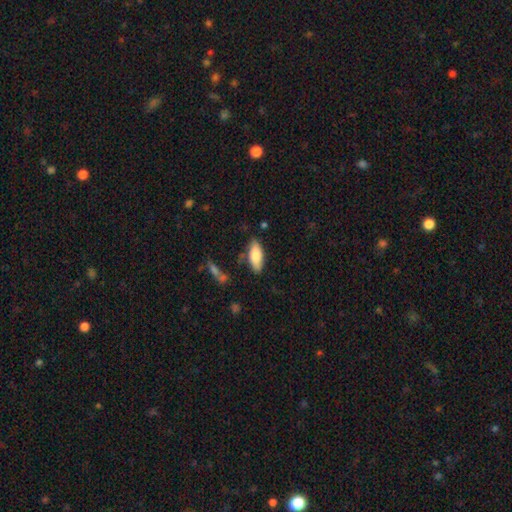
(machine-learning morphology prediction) A smooth galaxy with no disk features (81%) that is in between round and cigar-shaped (82%). Merging: none (77%).